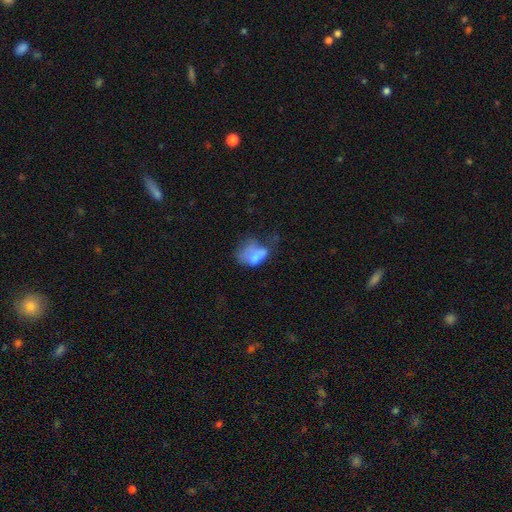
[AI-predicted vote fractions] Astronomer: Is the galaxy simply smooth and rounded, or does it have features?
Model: smooth — 61%.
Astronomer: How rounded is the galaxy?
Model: in between — 84%.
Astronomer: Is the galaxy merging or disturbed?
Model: major disturbance — 46%.